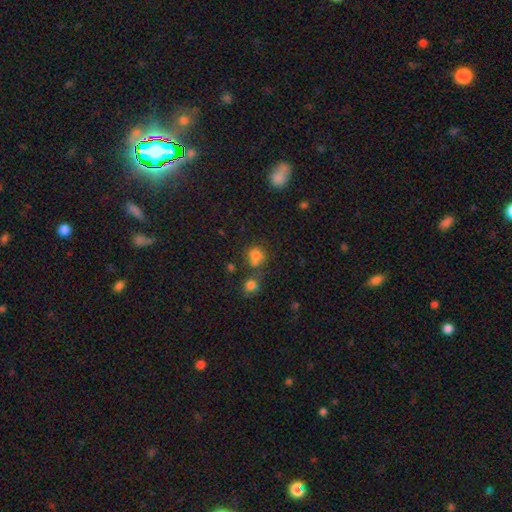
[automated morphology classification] smooth-or-featured: smooth: 74% | star or artifact: 16% | featured or disk: 10%
  how-rounded: round: 72% | in between: 27% | cigar-shaped: 1%
  merging: none: 48% | merger: 28% | minor disturbance: 16% | major disturbance: 8%